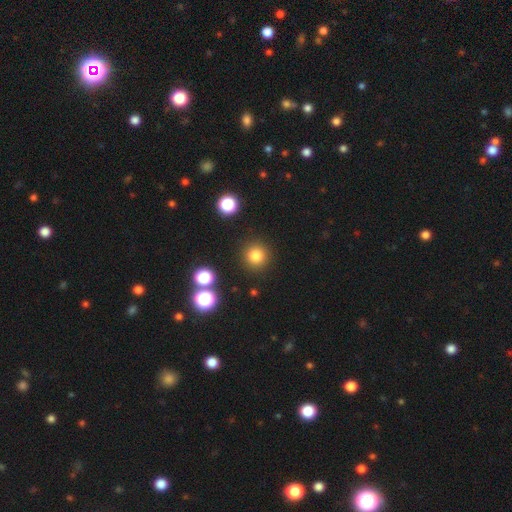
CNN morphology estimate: This is clearly a smooth galaxy (80%). How rounded: clearly round (94%). Merging: clearly none (89%).